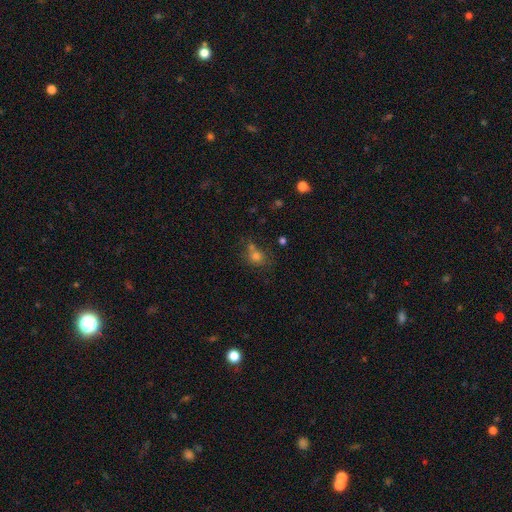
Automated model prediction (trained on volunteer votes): Smooth or featured? Predicted: smooth (p=0.66). How rounded? Predicted: round (p=0.68). Merging? Predicted: none (p=0.54).